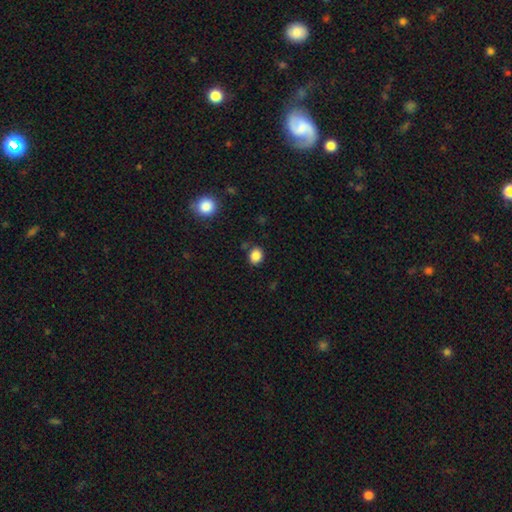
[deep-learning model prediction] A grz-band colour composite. It shows a smooth galaxy with no disk features (86%) that is round (58%). Merging: none (82%).